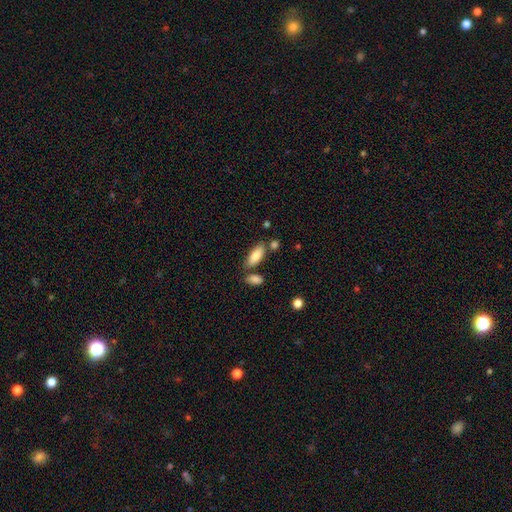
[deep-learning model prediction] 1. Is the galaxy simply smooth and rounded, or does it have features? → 85% smooth, 9% featured or disk, 6% star or artifact.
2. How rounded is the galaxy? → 76% in between, 22% cigar-shaped, 2% round.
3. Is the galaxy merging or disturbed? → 70% none, 14% minor disturbance, 12% merger, 4% major disturbance.